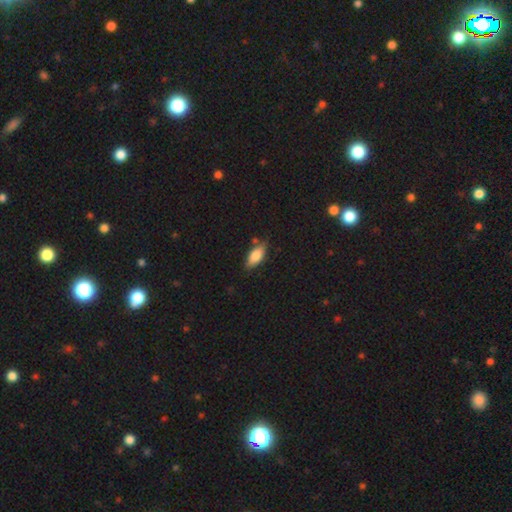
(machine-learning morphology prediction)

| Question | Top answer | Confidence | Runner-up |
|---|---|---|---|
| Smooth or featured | smooth | 79% | featured or disk (14%) |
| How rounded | in between | 83% | cigar-shaped (15%) |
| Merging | none | 74% | minor disturbance (18%) |